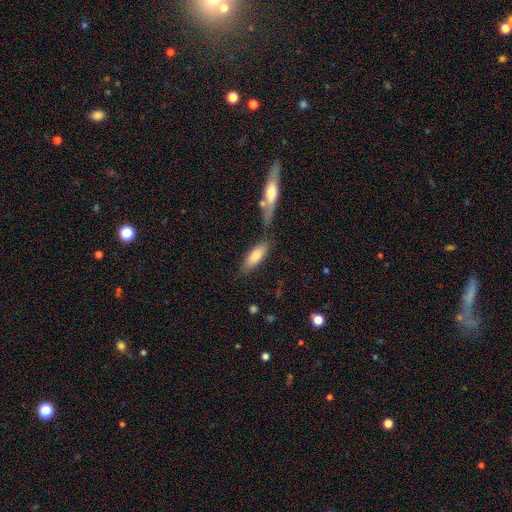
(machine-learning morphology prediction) smooth_or_featured: smooth (p=0.80) [alt: featured or disk p=0.14]
how_rounded: in between (p=0.61) [alt: cigar-shaped p=0.37]
merging: none (p=0.66) [alt: minor disturbance p=0.16]